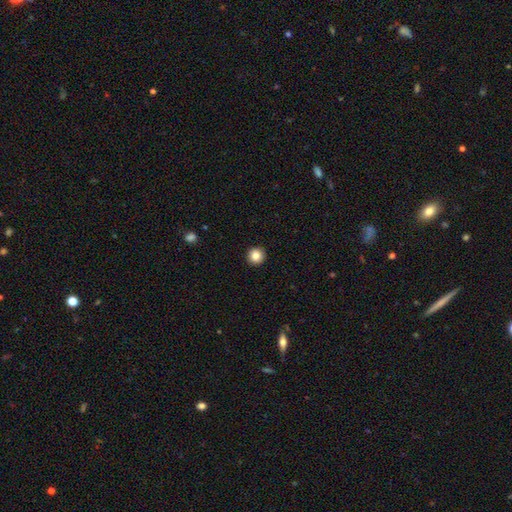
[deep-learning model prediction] A smooth galaxy with no disk features (85%) that is round (96%).

Vote fractions:
- Smooth or featured? smooth: 85% / star or artifact: 10% / featured or disk: 5%
- How rounded? round: 96% / in between: 3% / cigar-shaped: 1%
- Merging? none: 94% / minor disturbance: 4% / major disturbance: 1% / merger: 1%